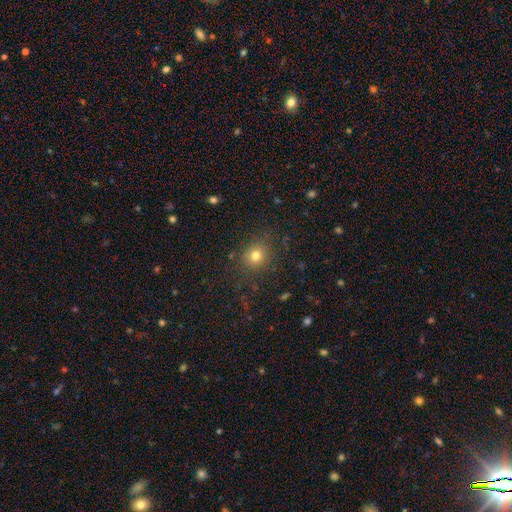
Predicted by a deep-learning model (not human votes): Q: Smooth or featured?
A: smooth (75%); runner-up: star or artifact (17%)
Q: How rounded?
A: round (76%); runner-up: in between (23%)
Q: Merging?
A: none (85%); runner-up: minor disturbance (10%)